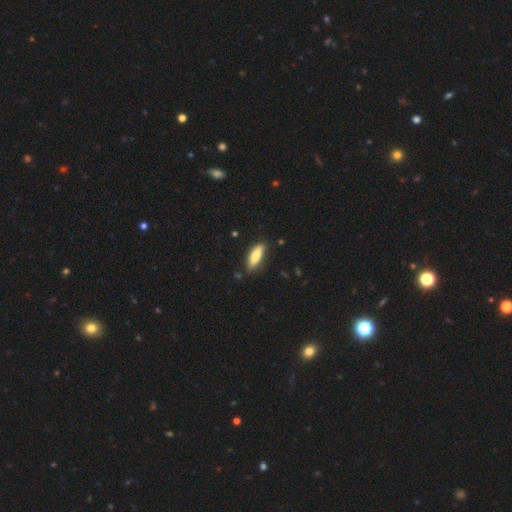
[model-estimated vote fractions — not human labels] Smooth or featured: smooth — 81% (featured or disk — 14%)
How rounded: in between — 58% (cigar-shaped — 40%)
Merging: none — 81% (minor disturbance — 14%)